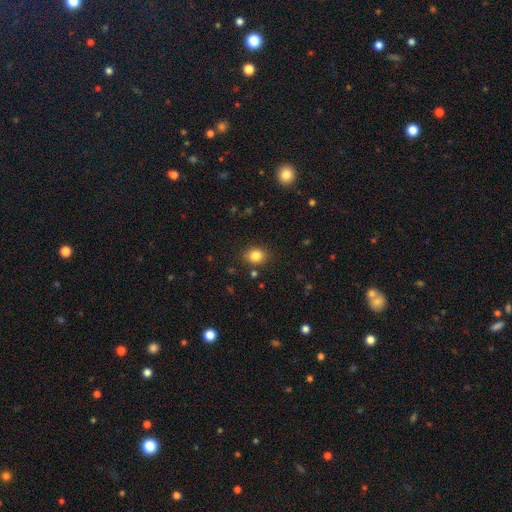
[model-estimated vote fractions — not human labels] Smooth or featured? Predicted: smooth (p=0.83). How rounded? Predicted: round (p=0.56). Merging? Predicted: none (p=0.86).